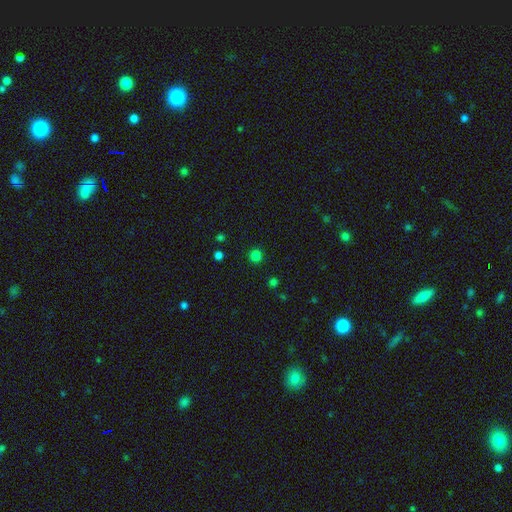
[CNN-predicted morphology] smooth_or_featured: smooth (p=0.81) [alt: star or artifact p=0.16]
how_rounded: round (p=0.95) [alt: in between p=0.04]
merging: none (p=0.92) [alt: minor disturbance p=0.05]